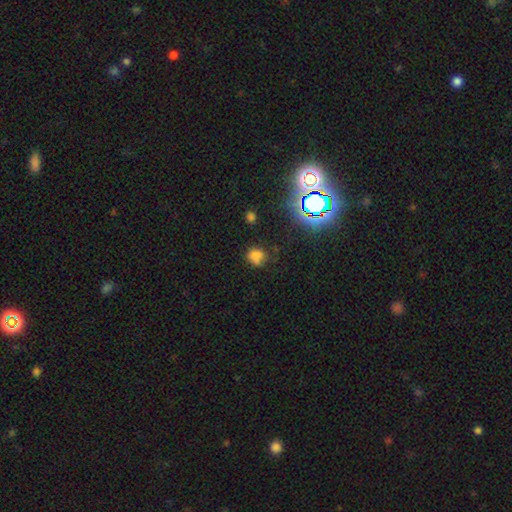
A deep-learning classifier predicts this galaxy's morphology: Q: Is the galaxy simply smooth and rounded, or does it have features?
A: smooth — 63%.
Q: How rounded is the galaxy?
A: round — 61%.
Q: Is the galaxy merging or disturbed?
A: none — 50%.